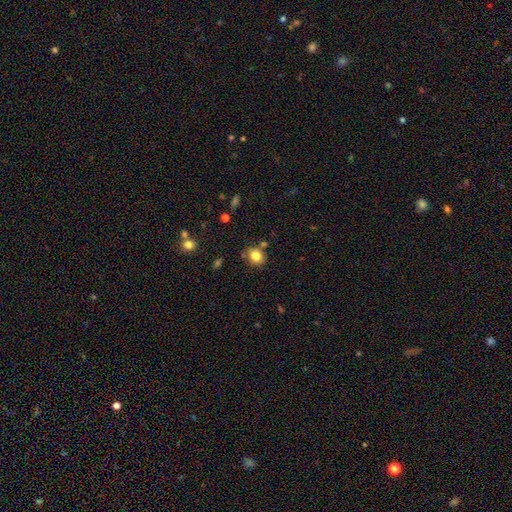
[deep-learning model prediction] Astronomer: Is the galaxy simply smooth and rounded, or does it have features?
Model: smooth — 81%.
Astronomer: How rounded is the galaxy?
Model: round — 81%.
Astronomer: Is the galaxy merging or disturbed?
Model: none — 78%.